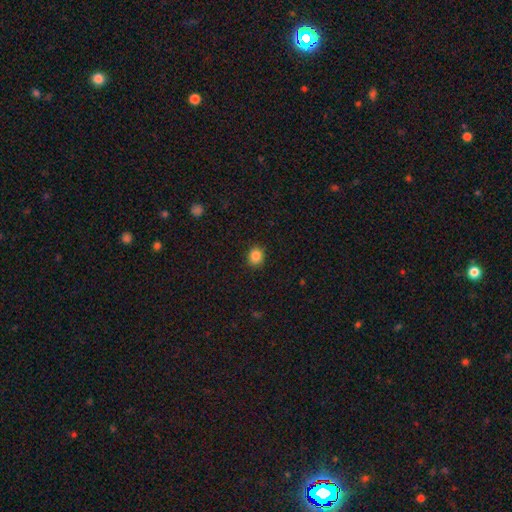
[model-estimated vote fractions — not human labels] Q: Smooth or featured?
A: smooth (85%); runner-up: star or artifact (10%)
Q: How rounded?
A: round (76%); runner-up: in between (23%)
Q: Merging?
A: none (90%); runner-up: minor disturbance (7%)